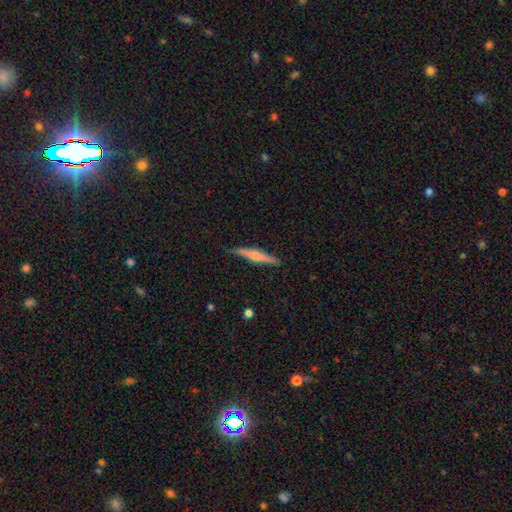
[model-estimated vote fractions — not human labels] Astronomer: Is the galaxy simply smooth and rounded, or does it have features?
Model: featured or disk — 60%.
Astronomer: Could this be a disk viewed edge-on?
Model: yes — 97%.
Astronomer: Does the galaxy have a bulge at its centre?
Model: rounded — 81%.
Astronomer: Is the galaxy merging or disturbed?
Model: none — 86%.